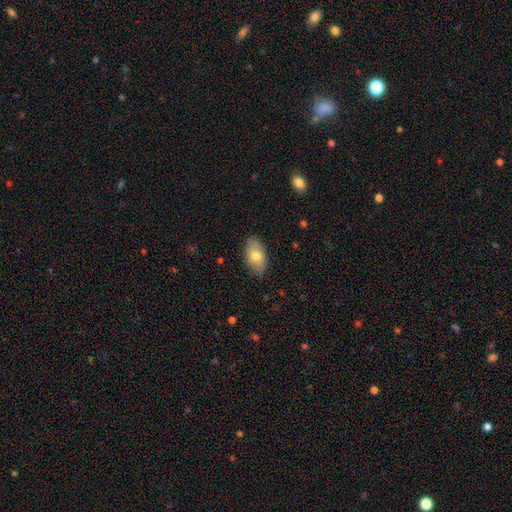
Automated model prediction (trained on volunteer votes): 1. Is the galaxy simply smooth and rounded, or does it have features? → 73% smooth, 20% featured or disk, 7% star or artifact.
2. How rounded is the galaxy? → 93% in between, 5% round, 2% cigar-shaped.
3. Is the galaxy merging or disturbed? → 81% none, 15% minor disturbance, 3% major disturbance, 1% merger.